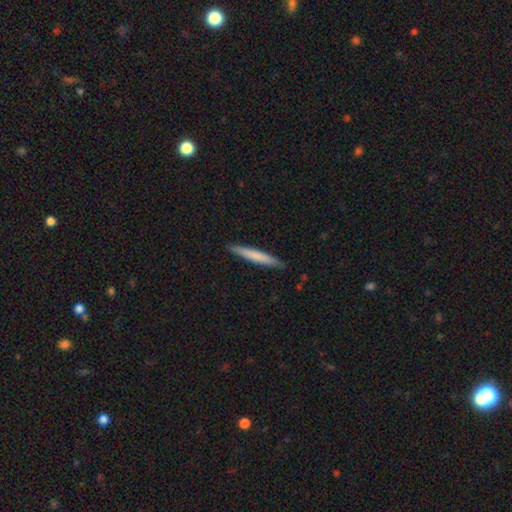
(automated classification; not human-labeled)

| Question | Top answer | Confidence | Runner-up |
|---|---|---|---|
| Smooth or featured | smooth | 69% | featured or disk (26%) |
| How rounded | cigar-shaped | 96% | in between (3%) |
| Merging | none | 90% | minor disturbance (8%) |